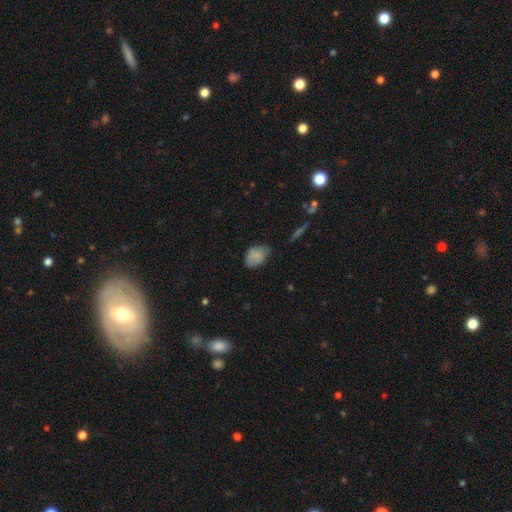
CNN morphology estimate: The model was most divided on "merging": none: 59%, minor disturbance: 32%, major disturbance: 6%, merger: 2%. More confident: how rounded — in between (82%); smooth or featured — smooth (81%).